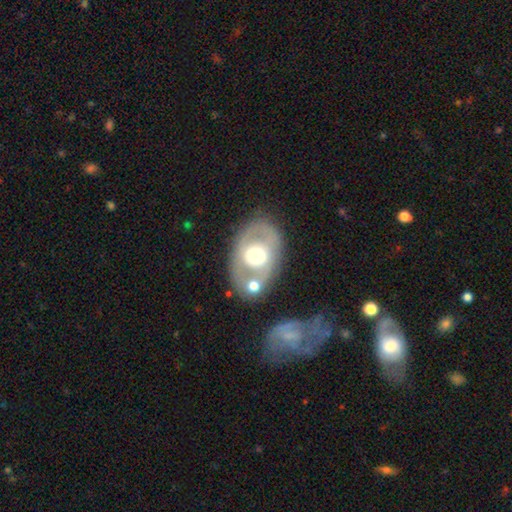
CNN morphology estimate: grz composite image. It shows a featured or disk galaxy (57%) with no bar (68%), no spiral arms (78%) and a moderate central bulge (62%). Merging: none (60%).